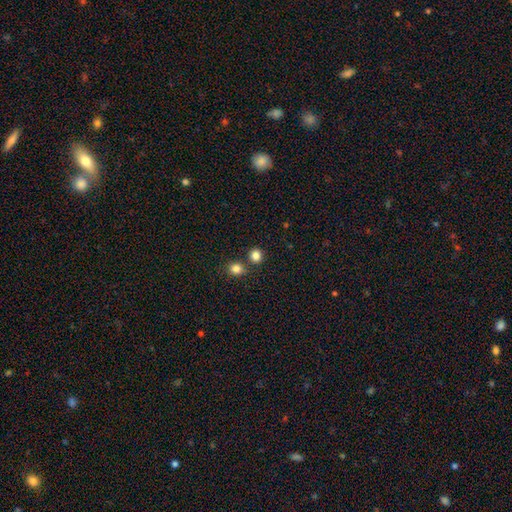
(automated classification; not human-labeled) The model was most divided on "merging": none: 74%, merger: 16%, minor disturbance: 7%, major disturbance: 2%. More confident: how rounded — round (84%); smooth or featured — smooth (84%).